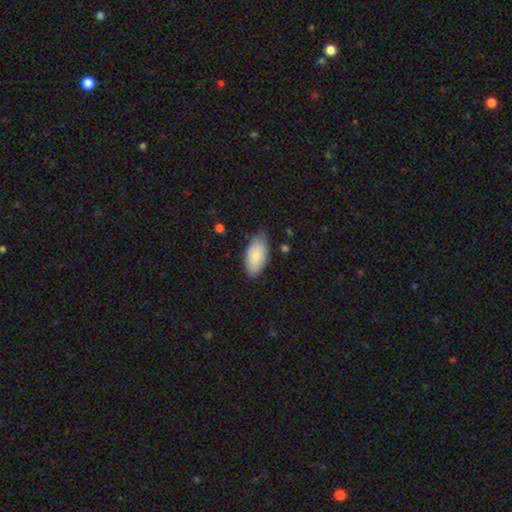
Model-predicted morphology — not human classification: type=smooth (83%); roundness=in between (94%); merging=none (69%).